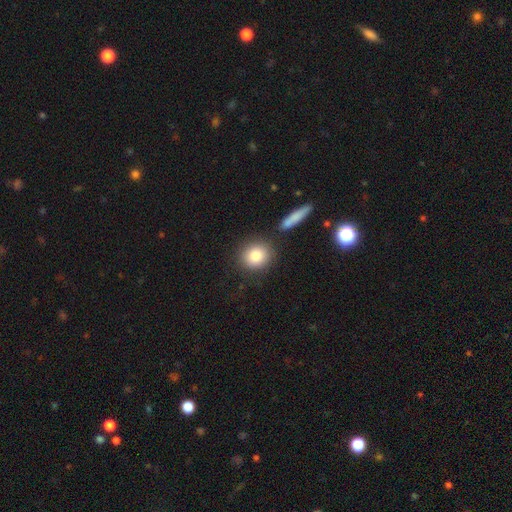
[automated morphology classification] smooth 83%, featured or disk 9%, star or artifact 8%. Down the decision tree: how rounded — round (81%); merging — none (80%).